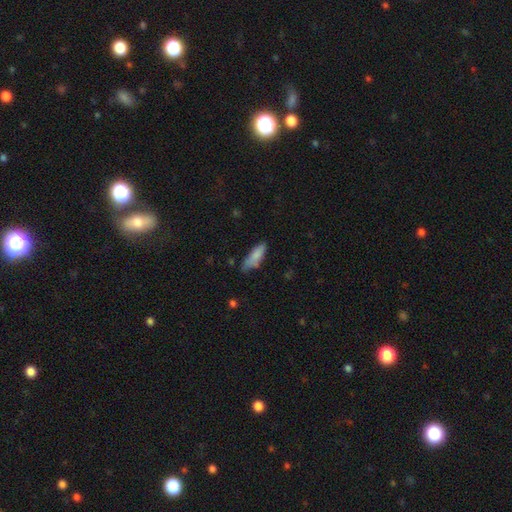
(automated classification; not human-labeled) smooth_or_featured: smooth (p=0.80) [alt: featured or disk p=0.13]
how_rounded: in between (p=0.56) [alt: cigar-shaped p=0.42]
merging: none (p=0.55) [alt: minor disturbance p=0.33]